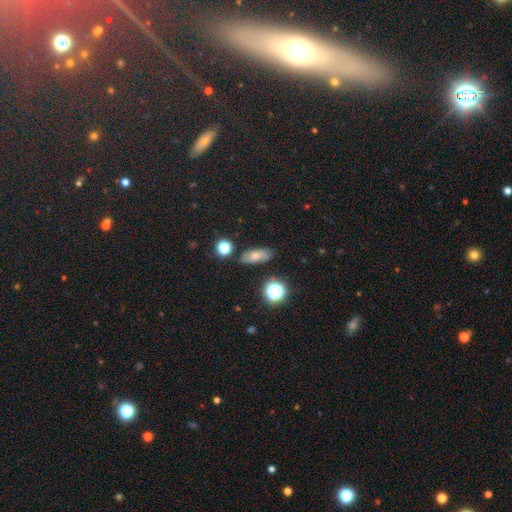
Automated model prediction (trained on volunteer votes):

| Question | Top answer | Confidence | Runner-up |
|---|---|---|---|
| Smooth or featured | smooth | 70% | featured or disk (15%) |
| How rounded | in between | 70% | cigar-shaped (18%) |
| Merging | none | 81% | minor disturbance (13%) |